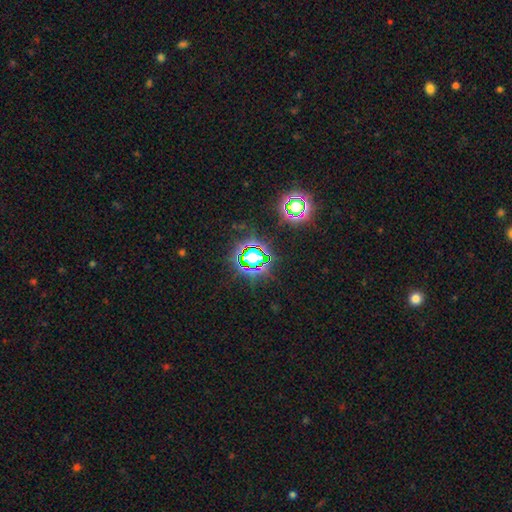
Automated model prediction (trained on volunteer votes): Smooth or featured?
  - star or artifact: 77% *
  - smooth: 14%
  - featured or disk: 9%